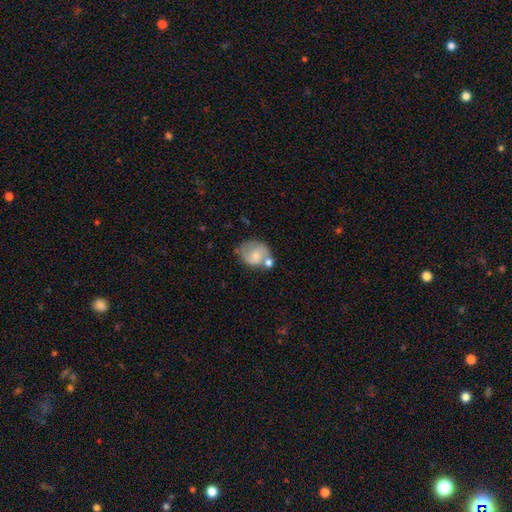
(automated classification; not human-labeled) smooth_or_featured: featured or disk (p=0.58) [alt: smooth p=0.35]
disk_edge_on: no (p=0.98) [alt: yes p=0.02]
bar: no (p=0.54) [alt: weak p=0.39]
has_spiral_arms: yes (p=0.85) [alt: no p=0.15]
bulge_size: small (p=0.44) [alt: moderate p=0.38]
merging: none (p=0.50) [alt: merger p=0.21]